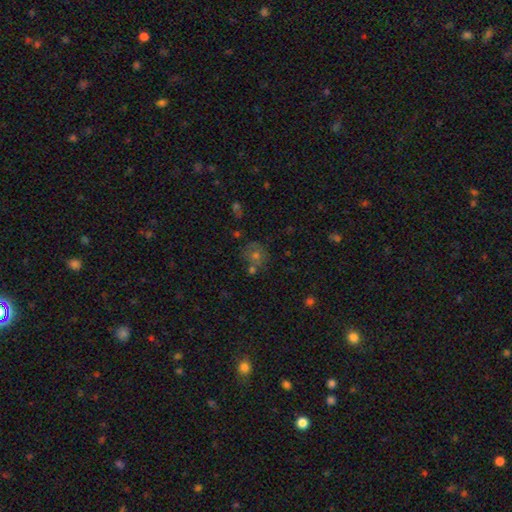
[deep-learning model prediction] Morphology: type=smooth (54%); roundness=round (82%); merging=none (60%).